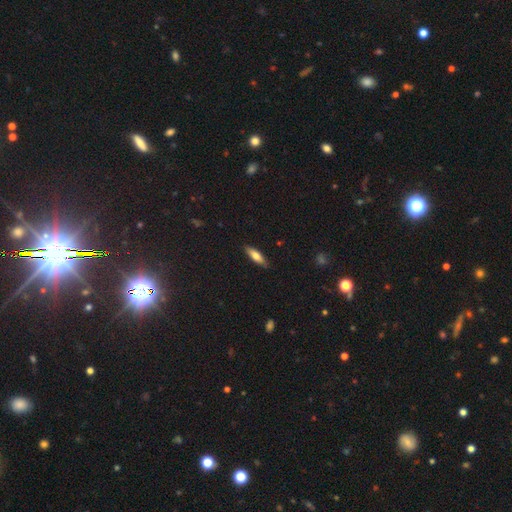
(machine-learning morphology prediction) A smooth galaxy with no disk features (66%) that is cigar-shaped (57%). Merging: none (86%).